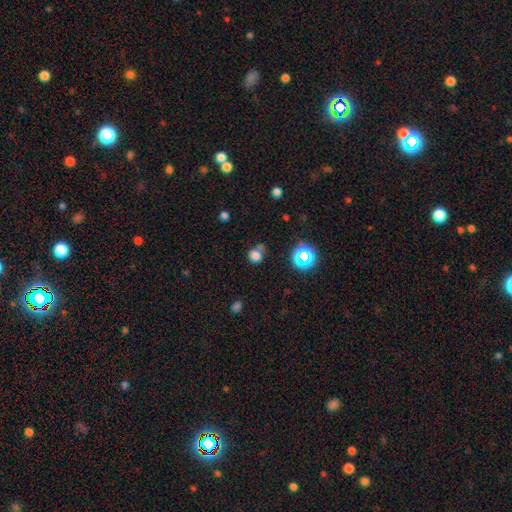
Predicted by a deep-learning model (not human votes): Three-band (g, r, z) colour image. It shows a smooth galaxy with no disk features (72%) that is round (74%). Merging: none (57%).